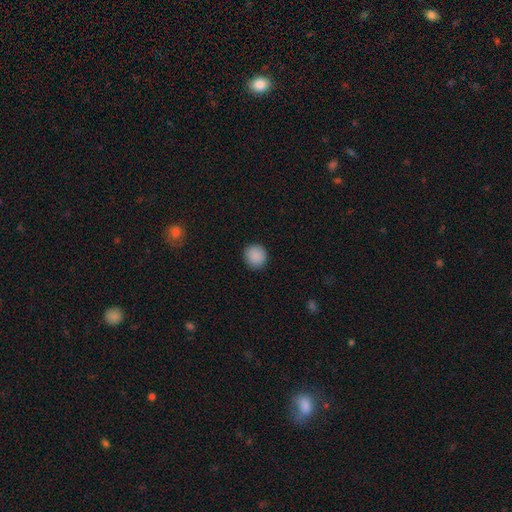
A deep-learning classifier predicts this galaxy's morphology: smooth 89%, star or artifact 8%, featured or disk 3%. Down the decision tree: how rounded — round (92%); merging — none (91%).